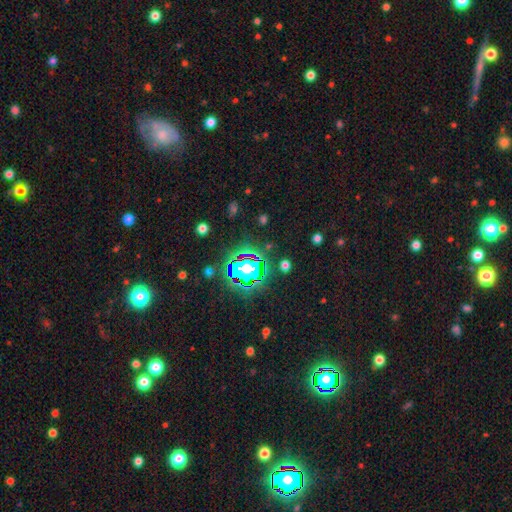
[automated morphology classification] smooth_or_featured: star or artifact (p=0.82) [alt: smooth p=0.11]